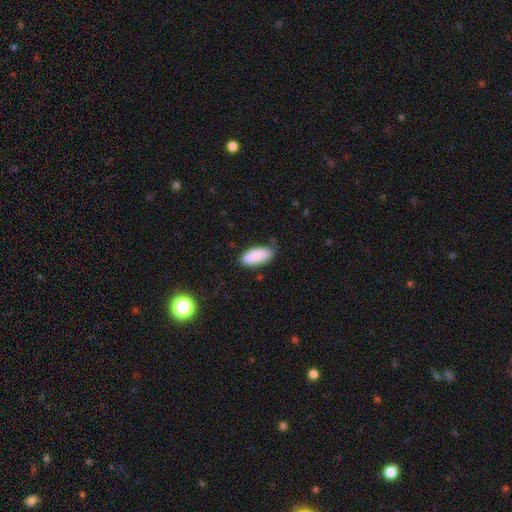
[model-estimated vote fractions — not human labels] Morphology: type=smooth (88%); roundness=in between (83%); merging=none (77%).